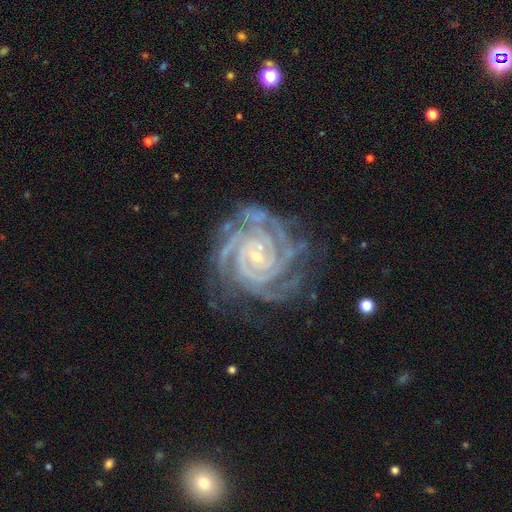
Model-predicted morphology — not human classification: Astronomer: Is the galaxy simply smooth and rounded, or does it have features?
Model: featured or disk — 93%.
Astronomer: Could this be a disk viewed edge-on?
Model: no — 98%.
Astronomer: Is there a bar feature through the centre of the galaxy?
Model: no — 60%.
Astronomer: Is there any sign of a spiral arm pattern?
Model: yes — 99%.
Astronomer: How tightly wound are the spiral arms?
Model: tight — 85%.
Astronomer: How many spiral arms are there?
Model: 4 — 25%, tied with 3 at 25%.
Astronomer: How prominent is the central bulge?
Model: small — 82%.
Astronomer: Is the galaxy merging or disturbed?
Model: none — 73%.